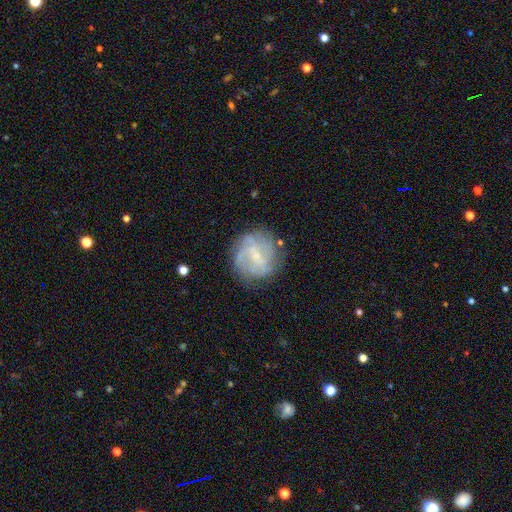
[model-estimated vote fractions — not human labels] smooth_or_featured: featured or disk (p=0.68) [alt: smooth p=0.24]
disk_edge_on: no (p=0.98) [alt: yes p=0.02]
bar: weak (p=0.55) [alt: no p=0.31]
has_spiral_arms: yes (p=0.80) [alt: no p=0.20]
spiral_winding: tight (p=0.42) [alt: medium p=0.38]
spiral_arm_count: can't tell (p=0.43) [alt: 2 p=0.18]
bulge_size: small (p=0.58) [alt: moderate p=0.24]
merging: none (p=0.73) [alt: minor disturbance p=0.17]